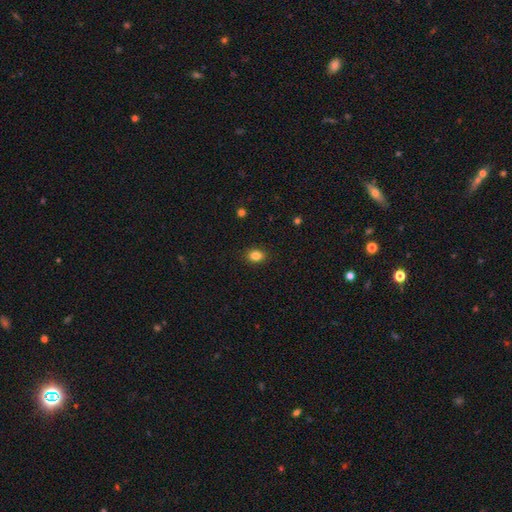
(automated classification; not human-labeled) This is clearly a smooth galaxy (84%). How rounded: possibly in between (55%). Merging: clearly none (89%).